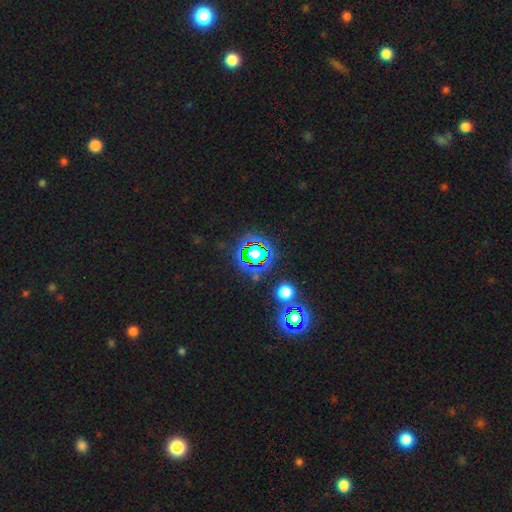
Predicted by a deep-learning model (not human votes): Smooth or featured? star or artifact (80%)